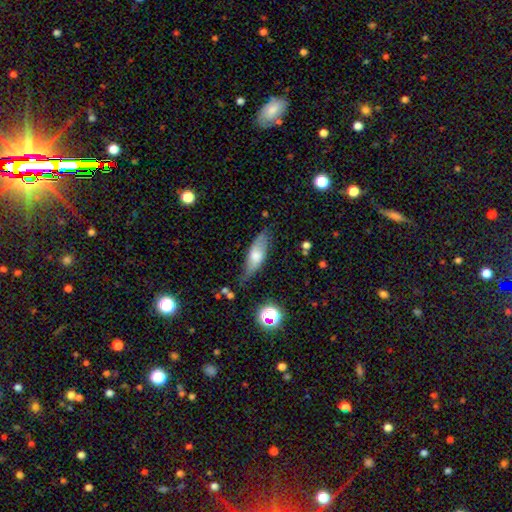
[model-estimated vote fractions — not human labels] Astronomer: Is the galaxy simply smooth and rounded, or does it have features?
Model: smooth — 57% (runner-up: featured or disk, 36%).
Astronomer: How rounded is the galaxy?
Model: in between — 59% (runner-up: cigar-shaped, 38%).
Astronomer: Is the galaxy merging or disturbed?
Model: none — 68%.